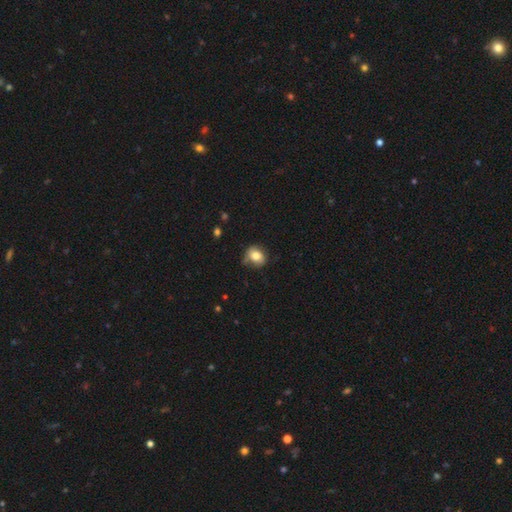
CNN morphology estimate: This is likely a smooth galaxy (77%). How rounded: possibly round (57%). Merging: possibly none (57%).